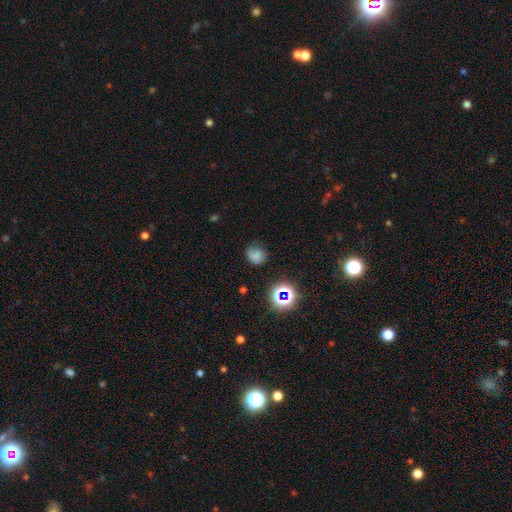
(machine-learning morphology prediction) smooth 69%, star or artifact 21%, featured or disk 11%. Down the decision tree: how rounded — round (69%); merging — none (64%).